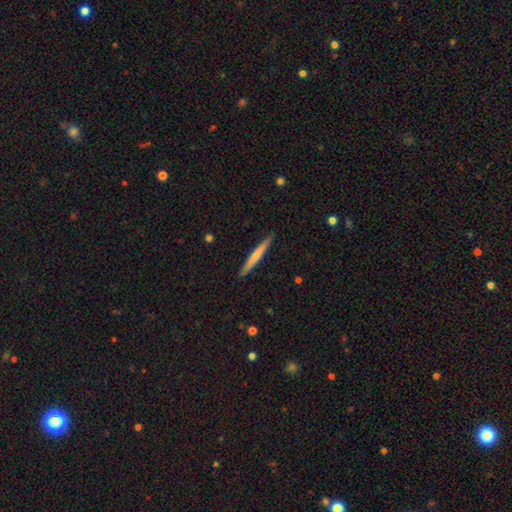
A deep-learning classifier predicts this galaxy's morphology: Smooth or featured? smooth (62%)
How rounded? cigar-shaped (97%)
Merging? none (91%)